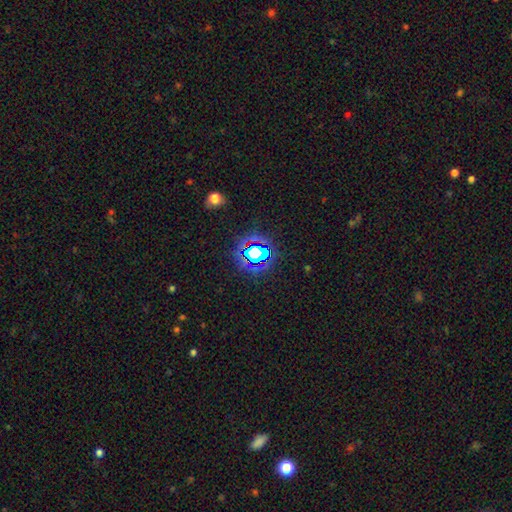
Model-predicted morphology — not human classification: This is likely a star or artifact rather than a galaxy (66%).